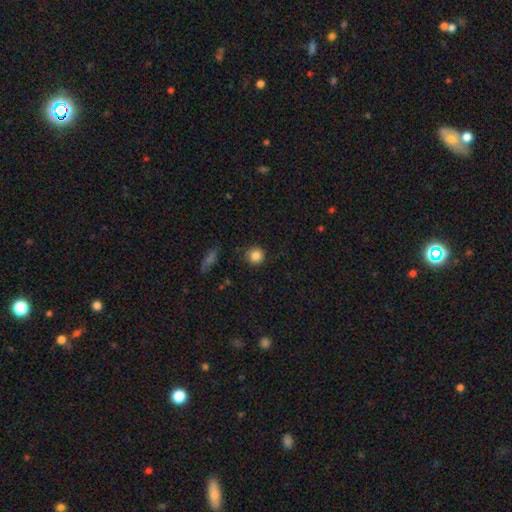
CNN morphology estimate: Smooth or featured?
  - smooth: 84% *
  - star or artifact: 11%
  - featured or disk: 5%
How rounded?
  - round: 93% *
  - in between: 6%
  - cigar-shaped: 1%
Merging?
  - none: 87% *
  - minor disturbance: 9%
  - major disturbance: 2%
  - merger: 2%